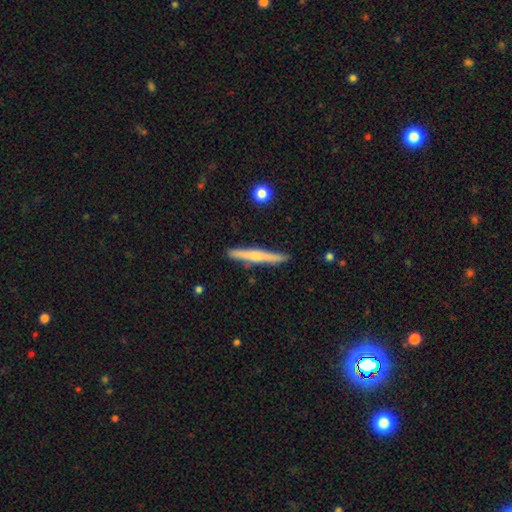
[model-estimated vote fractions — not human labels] Overall: featured or disk (57%; smooth 32%). Edge-on disk: yes (95%). Edge-on bulge: rounded (73%). Merging: none (87%).